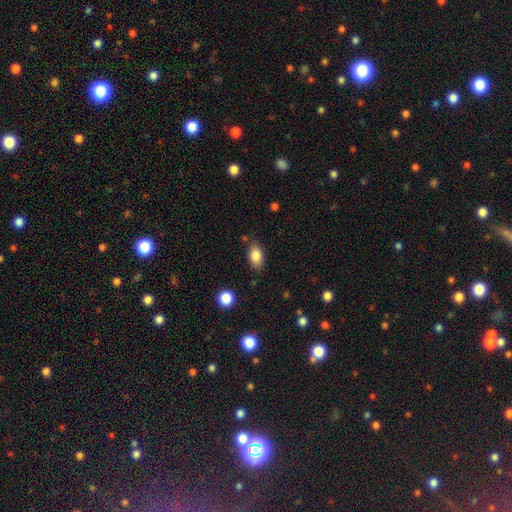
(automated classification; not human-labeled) smooth 84%, star or artifact 8%, featured or disk 7%. Down the decision tree: how rounded — in between (88%); merging — none (79%).